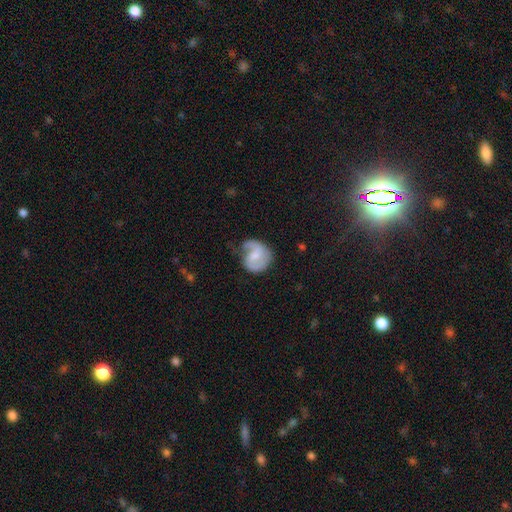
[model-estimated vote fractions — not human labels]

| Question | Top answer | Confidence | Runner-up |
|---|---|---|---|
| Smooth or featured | featured or disk | 62% | smooth (31%) |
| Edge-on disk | no | 98% | yes (2%) |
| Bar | weak | 49% | no (39%) |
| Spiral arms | yes | 88% | no (12%) |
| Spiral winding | medium | 42% | loose (35%) |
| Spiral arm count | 2 | 55% | 1 (34%) |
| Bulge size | small | 39% | moderate (36%) |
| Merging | none | 48% | minor disturbance (29%) |